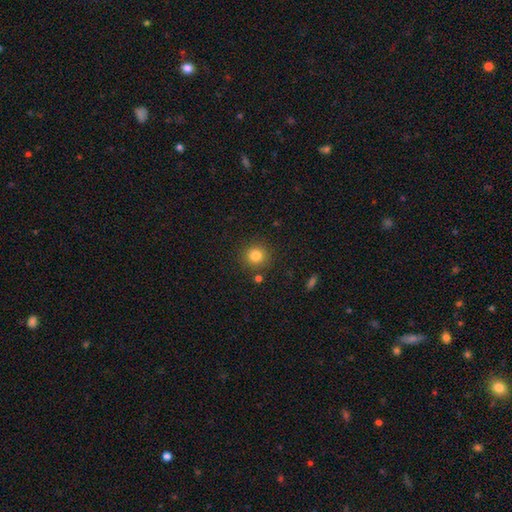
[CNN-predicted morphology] This appears to be a smooth galaxy with no disk features (82%) that is round (93%). Merging: none (87%).